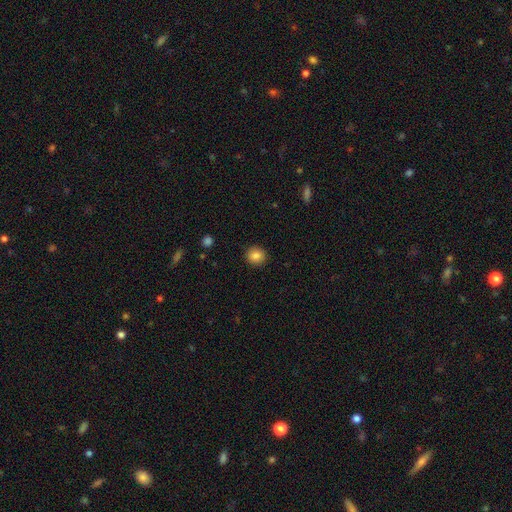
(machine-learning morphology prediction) This appears to be a smooth galaxy with no disk features (86%) that is round (88%). Merging: none (91%).